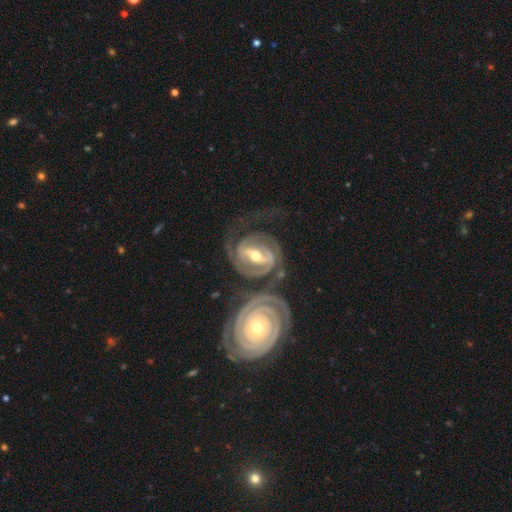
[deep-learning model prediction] Smooth or featured: featured or disk — 91% (smooth — 5%)
Edge-on disk: no — 96% (yes — 4%)
Bar: strong — 67% (weak — 23%)
Spiral arms: yes — 98% (no — 2%)
Spiral winding: tight — 76% (medium — 21%)
Spiral arm count: 2 — 79% (3 — 9%)
Bulge size: moderate — 59% (small — 35%)
Merging: none — 49% (merger — 28%)